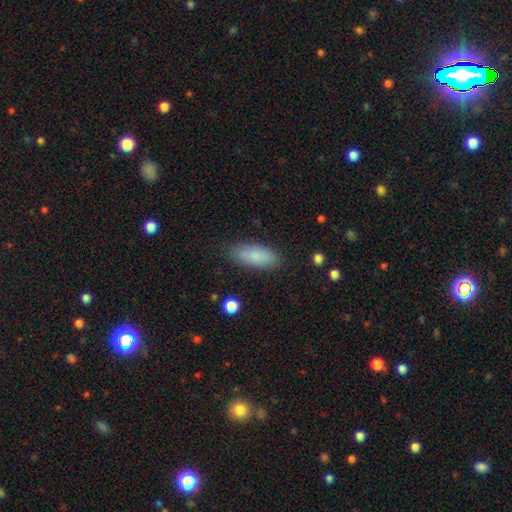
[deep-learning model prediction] Overall: smooth (85%). How rounded: in between (77%). Merging: none (85%).